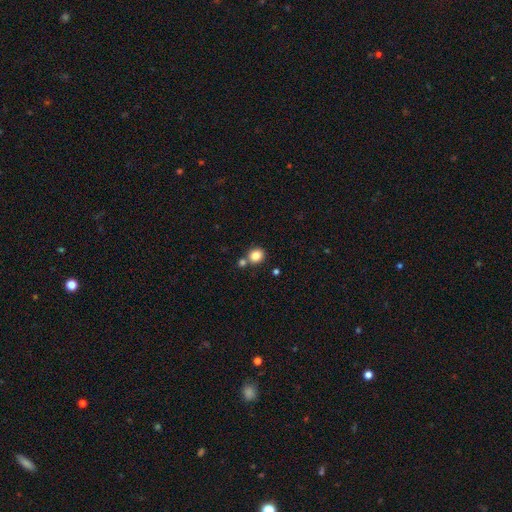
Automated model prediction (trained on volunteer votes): This appears to be a smooth galaxy with no disk features (84%) that is round (83%). Merging: none (68%).